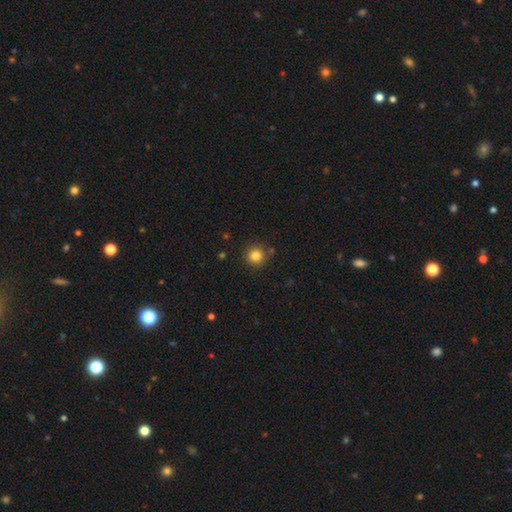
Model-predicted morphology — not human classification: Smooth or featured?
  - smooth: 82% *
  - star or artifact: 12%
  - featured or disk: 6%
How rounded?
  - round: 94% *
  - in between: 5%
  - cigar-shaped: 1%
Merging?
  - none: 88% *
  - minor disturbance: 7%
  - merger: 3%
  - major disturbance: 2%